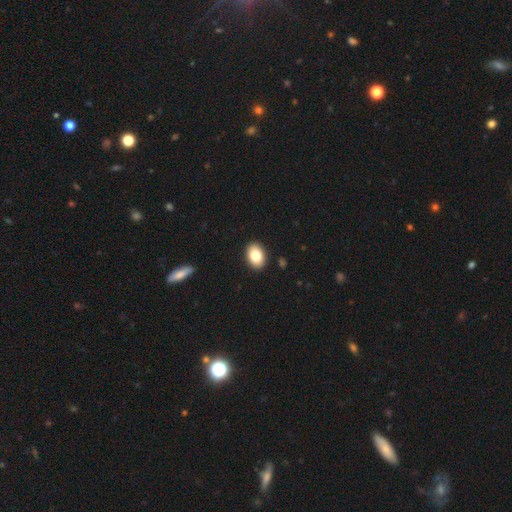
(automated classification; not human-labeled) smooth-or-featured: smooth: 82% | featured or disk: 10% | star or artifact: 8%
  how-rounded: in between: 84% | round: 15% | cigar-shaped: 1%
  merging: none: 90% | minor disturbance: 7% | major disturbance: 2% | merger: 1%